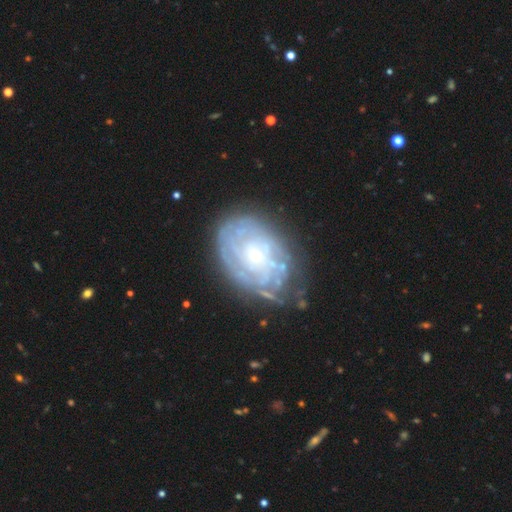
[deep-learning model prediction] smooth_or_featured: featured or disk (p=0.77) [alt: smooth p=0.16]
disk_edge_on: no (p=0.96) [alt: yes p=0.04]
bar: no (p=0.80) [alt: weak p=0.16]
has_spiral_arms: yes (p=0.85) [alt: no p=0.15]
spiral_winding: tight (p=0.77) [alt: medium p=0.18]
spiral_arm_count: can't tell (p=0.53) [alt: more than 4 p=0.12]
bulge_size: small (p=0.74) [alt: moderate p=0.18]
merging: none (p=0.67) [alt: minor disturbance p=0.21]